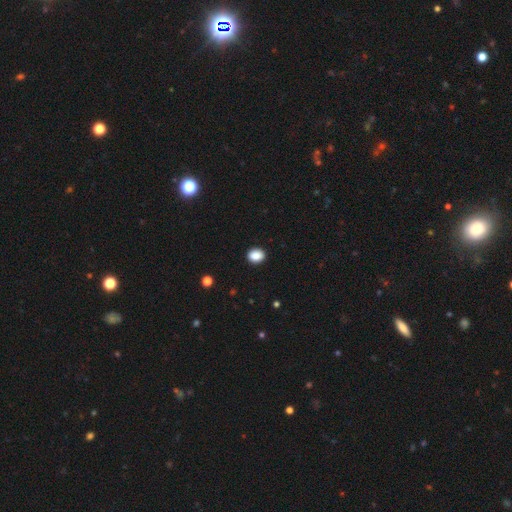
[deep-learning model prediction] Morphology: type=smooth (88%); roundness=in between (52%); merging=none (91%).